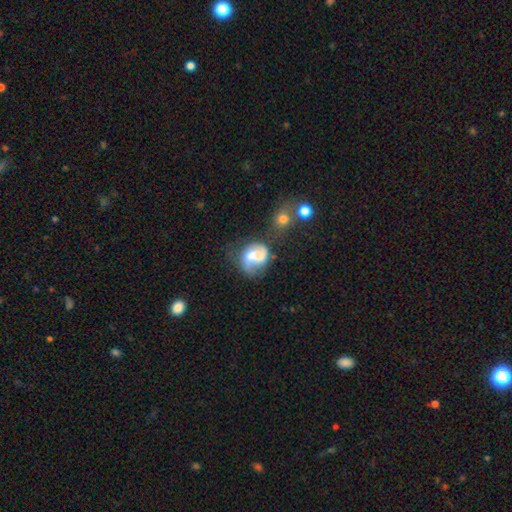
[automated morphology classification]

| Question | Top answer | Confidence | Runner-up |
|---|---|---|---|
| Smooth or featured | featured or disk | 53% | smooth (38%) |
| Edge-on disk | no | 97% | yes (3%) |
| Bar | no | 43% | weak (38%) |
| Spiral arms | yes | 69% | no (31%) |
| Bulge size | moderate | 34% | small (25%) |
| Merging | none | 39% | major disturbance (22%) |